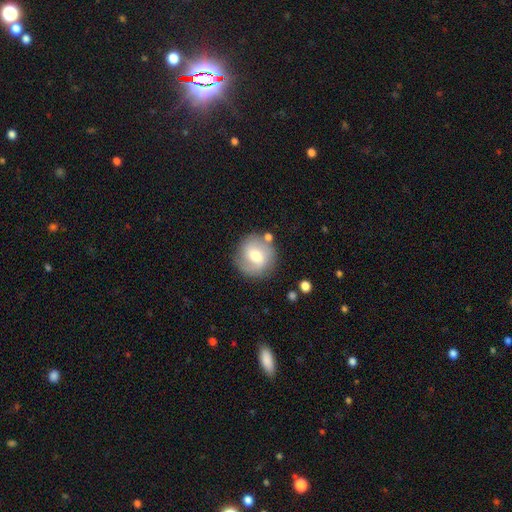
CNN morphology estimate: Overall: smooth (51%; featured or disk 42%). How rounded: round (88%). Merging: none (77%).